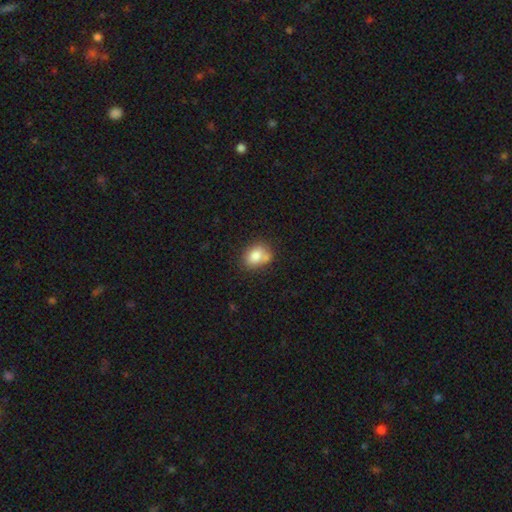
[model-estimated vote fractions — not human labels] Smooth or featured? smooth (80%)
How rounded? in between (62%)
Merging? none (54%)